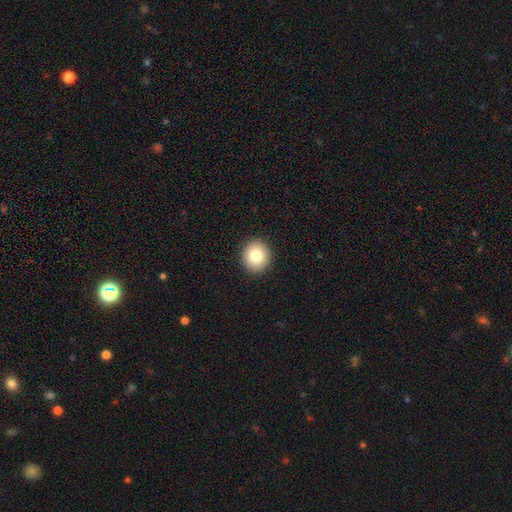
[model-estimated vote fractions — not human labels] smooth-or-featured: smooth: 80% | featured or disk: 10% | star or artifact: 10%
  how-rounded: round: 87% | in between: 12% | cigar-shaped: 1%
  merging: none: 93% | minor disturbance: 5% | major disturbance: 2% | merger: 1%